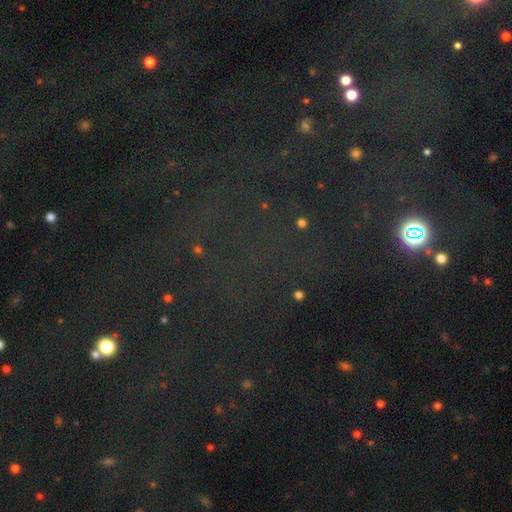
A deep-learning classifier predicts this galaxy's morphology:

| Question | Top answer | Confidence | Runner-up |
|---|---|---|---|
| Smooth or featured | star or artifact | 74% | smooth (17%) |